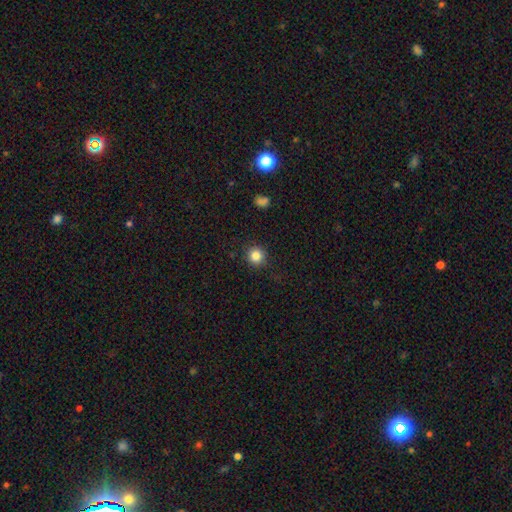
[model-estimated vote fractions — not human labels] Smooth or featured? smooth (84%)
How rounded? round (94%)
Merging? none (90%)